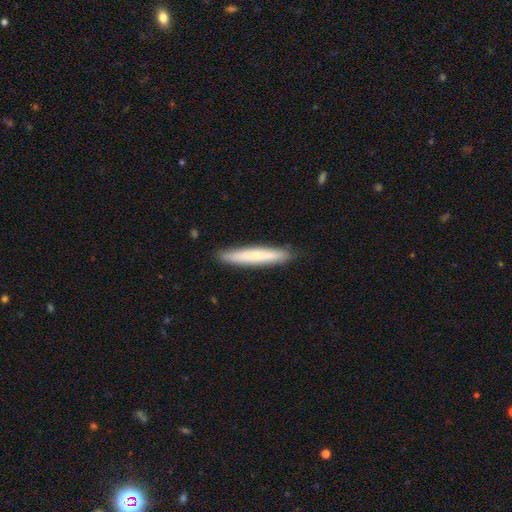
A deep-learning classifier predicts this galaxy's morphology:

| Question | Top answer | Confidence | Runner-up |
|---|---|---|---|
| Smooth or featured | smooth | 65% | featured or disk (29%) |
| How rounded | cigar-shaped | 94% | in between (5%) |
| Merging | none | 89% | minor disturbance (9%) |